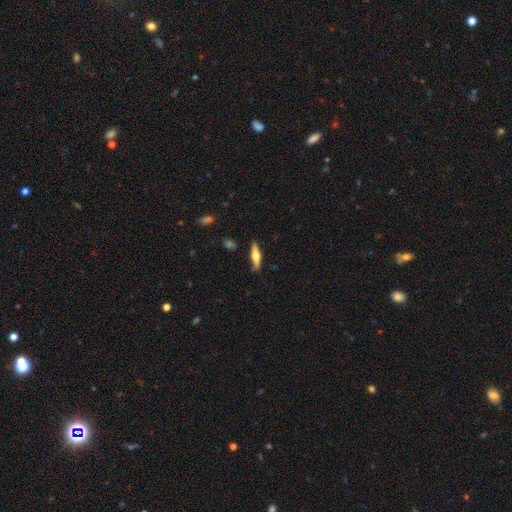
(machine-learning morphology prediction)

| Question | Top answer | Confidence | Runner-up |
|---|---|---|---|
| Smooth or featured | featured or disk | 56% | smooth (38%) |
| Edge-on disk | yes | 95% | no (5%) |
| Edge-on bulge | rounded | 89% | boxy (9%) |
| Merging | none | 85% | minor disturbance (11%) |